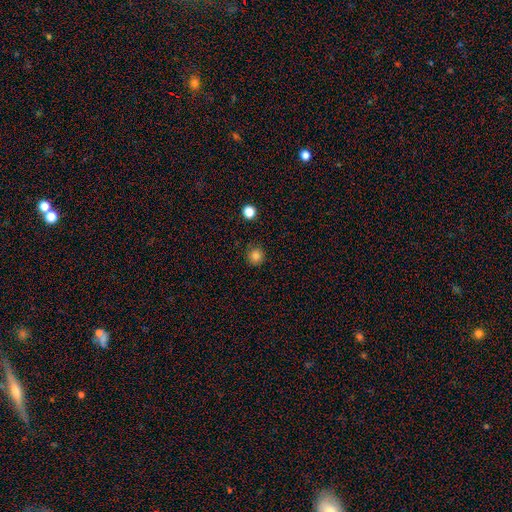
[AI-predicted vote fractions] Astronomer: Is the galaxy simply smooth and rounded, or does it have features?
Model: smooth — 82%.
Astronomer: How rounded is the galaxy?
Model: round — 94%.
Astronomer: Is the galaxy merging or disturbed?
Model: none — 89%.